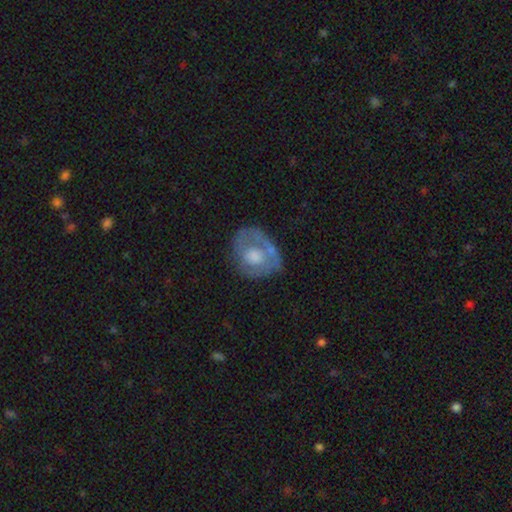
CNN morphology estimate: A featured or disk galaxy (51%). Merging: none (51%).